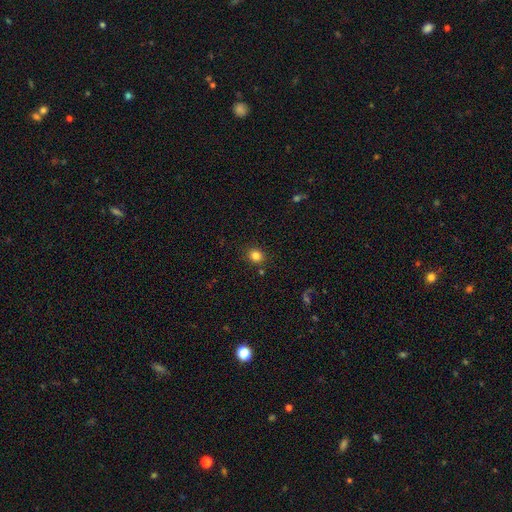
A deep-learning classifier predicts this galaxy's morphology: smooth_or_featured: smooth (p=0.83) [alt: star or artifact p=0.12]
how_rounded: round (p=0.73) [alt: in between p=0.26]
merging: none (p=0.86) [alt: minor disturbance p=0.08]